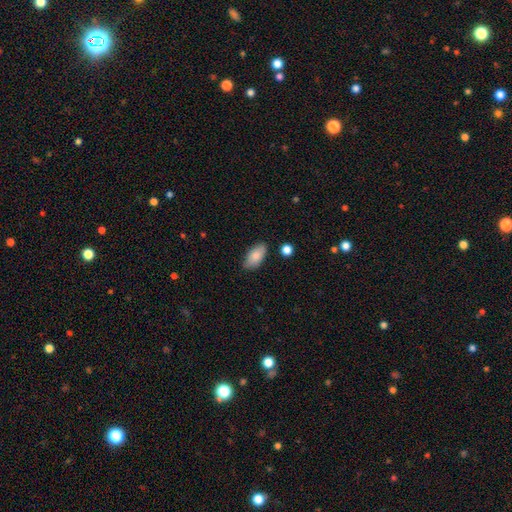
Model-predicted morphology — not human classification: smooth-or-featured: smooth: 84% | featured or disk: 10% | star or artifact: 7%
  how-rounded: in between: 93% | cigar-shaped: 4% | round: 3%
  merging: none: 81% | minor disturbance: 14% | major disturbance: 3% | merger: 2%